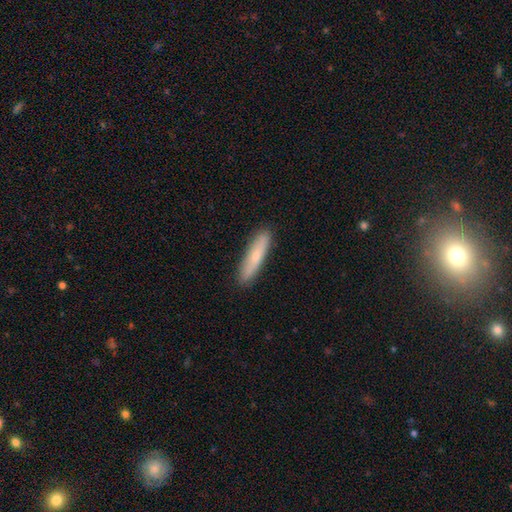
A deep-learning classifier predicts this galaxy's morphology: This appears to be a smooth galaxy with no disk features (65%) that is cigar-shaped (85%). Merging: none (90%).